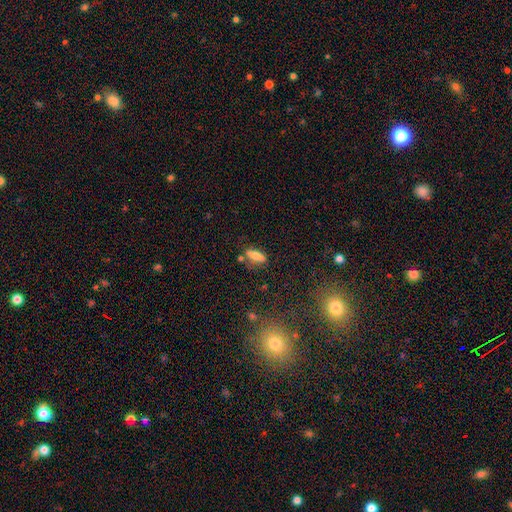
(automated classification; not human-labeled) smooth_or_featured: smooth (p=0.73) [alt: featured or disk p=0.17]
how_rounded: in between (p=0.65) [alt: cigar-shaped p=0.31]
merging: none (p=0.68) [alt: minor disturbance p=0.18]